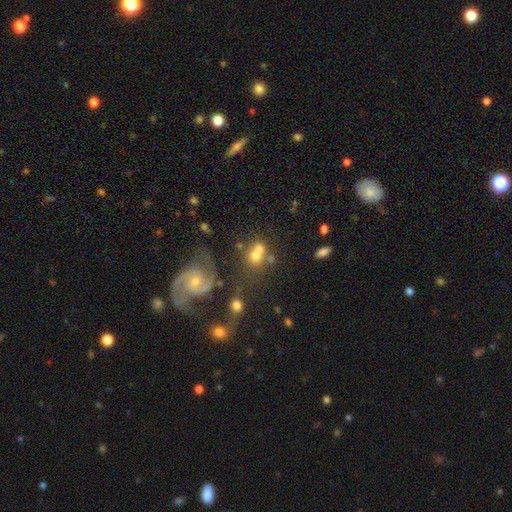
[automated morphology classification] type=smooth (61%); roundness=round (69%); merging=merger (44%).